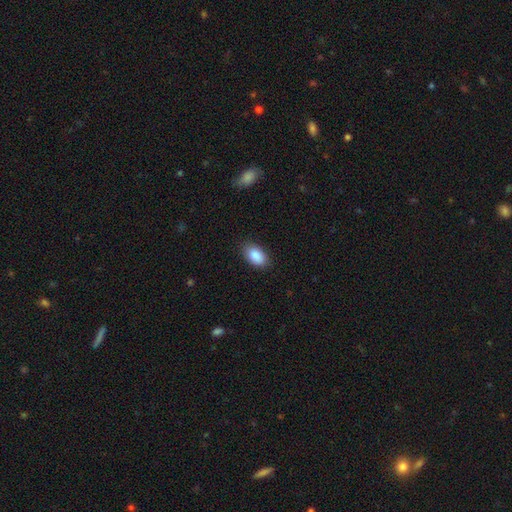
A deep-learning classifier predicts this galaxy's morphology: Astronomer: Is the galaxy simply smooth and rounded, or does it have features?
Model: smooth — 89%.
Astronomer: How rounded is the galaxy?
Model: in between — 94%.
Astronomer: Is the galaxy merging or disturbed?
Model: none — 86%.